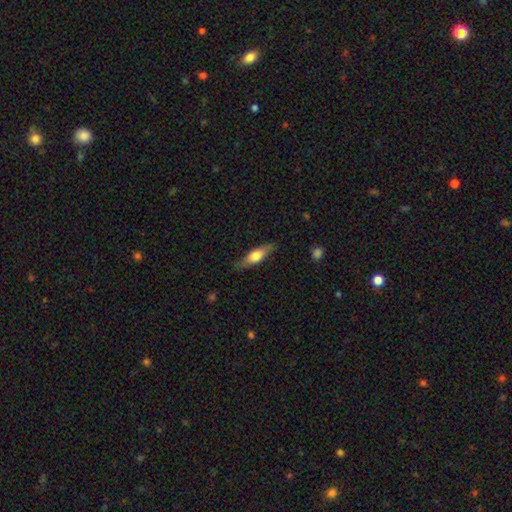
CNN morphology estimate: A smooth galaxy with no disk features (54%) that is cigar-shaped (58%). Merging: none (81%).